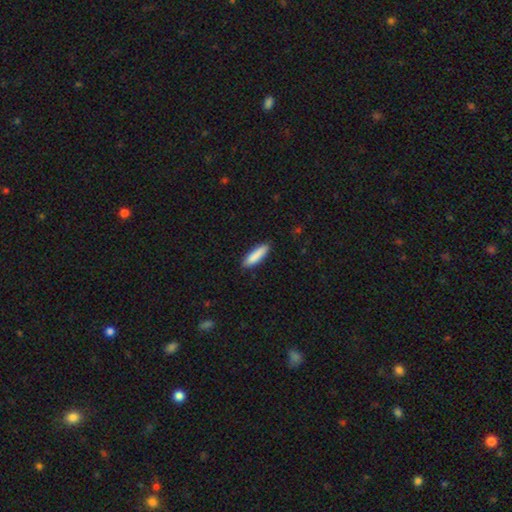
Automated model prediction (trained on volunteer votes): The model was most divided on "how rounded": cigar-shaped: 68%, in between: 30%, round: 1%. More confident: merging — none (88%); smooth or featured — smooth (87%).